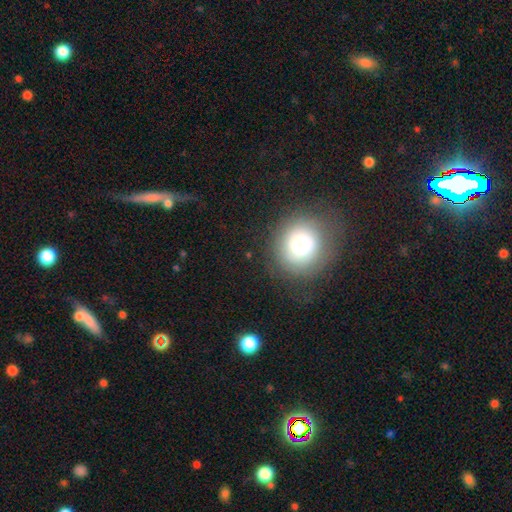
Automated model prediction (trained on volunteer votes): This appears to be a smooth galaxy with no disk features (66%) that is round (79%). Merging: none (84%).